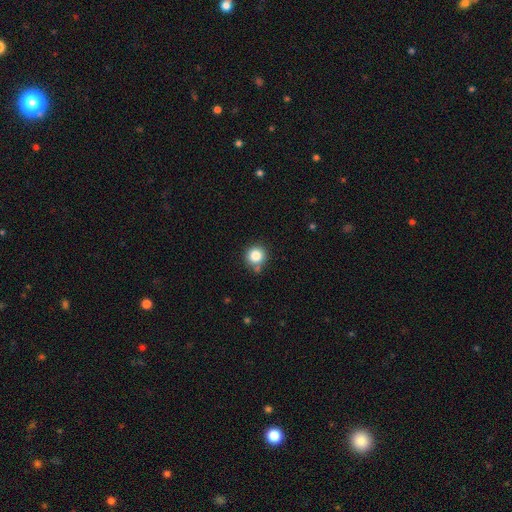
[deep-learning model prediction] This appears to be a smooth galaxy with no disk features (84%) that is round (93%). Merging: none (75%).